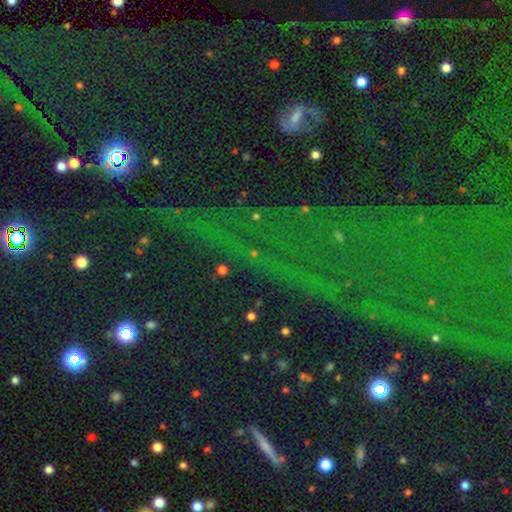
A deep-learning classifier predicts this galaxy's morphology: A star or artifact, not a galaxy (79%).

Vote fractions:
- Smooth or featured? star or artifact: 79% / smooth: 11% / featured or disk: 10%